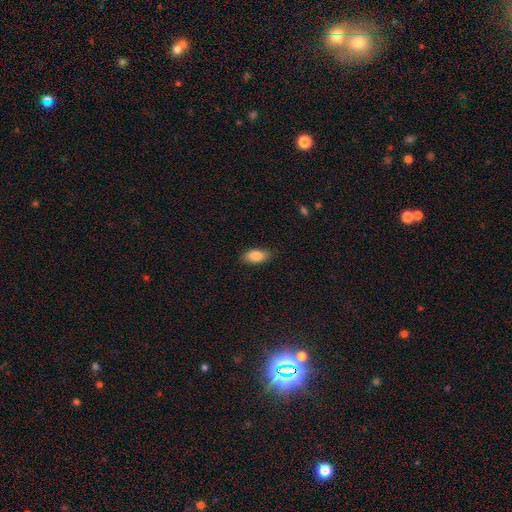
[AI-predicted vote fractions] smooth_or_featured: smooth (p=0.85) [alt: featured or disk p=0.09]
how_rounded: in between (p=0.89) [alt: cigar-shaped p=0.07]
merging: none (p=0.85) [alt: minor disturbance p=0.11]